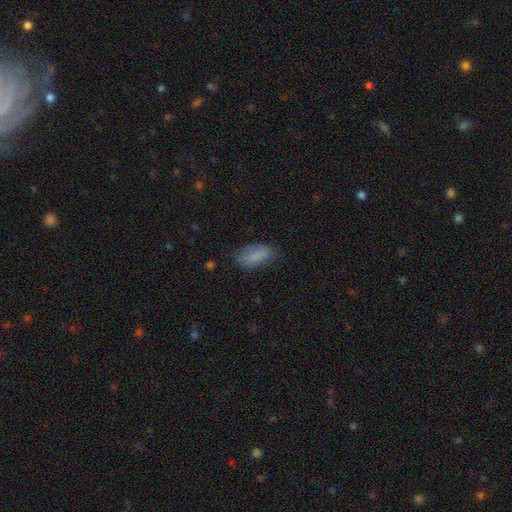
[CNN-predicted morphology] Smooth or featured: smooth — 83% (featured or disk — 8%)
How rounded: in between — 88% (cigar-shaped — 9%)
Merging: none — 72% (minor disturbance — 20%)